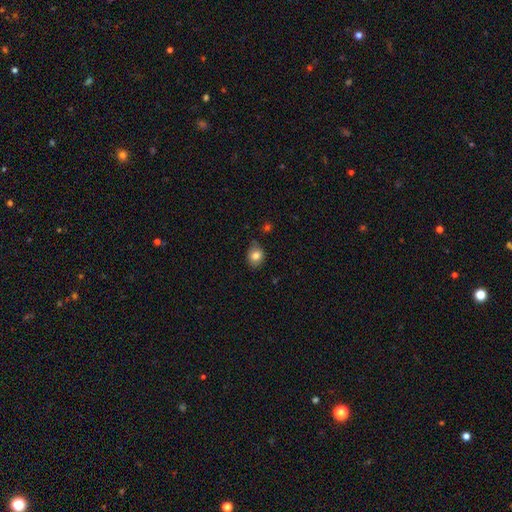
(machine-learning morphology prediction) smooth_or_featured: smooth (p=0.80) [alt: featured or disk p=0.10]
how_rounded: round (p=0.52) [alt: in between p=0.47]
merging: none (p=0.72) [alt: minor disturbance p=0.21]